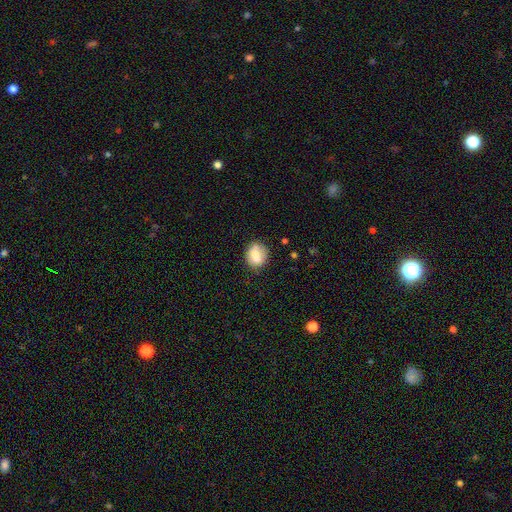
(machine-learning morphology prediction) Q: Smooth or featured?
A: smooth (72%); runner-up: featured or disk (19%)
Q: How rounded?
A: round (57%); runner-up: in between (42%)
Q: Merging?
A: none (67%); runner-up: minor disturbance (23%)